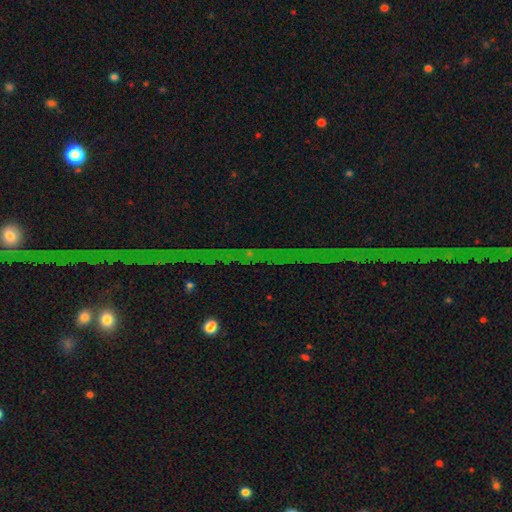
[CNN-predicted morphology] Smooth or featured? star or artifact (80%)